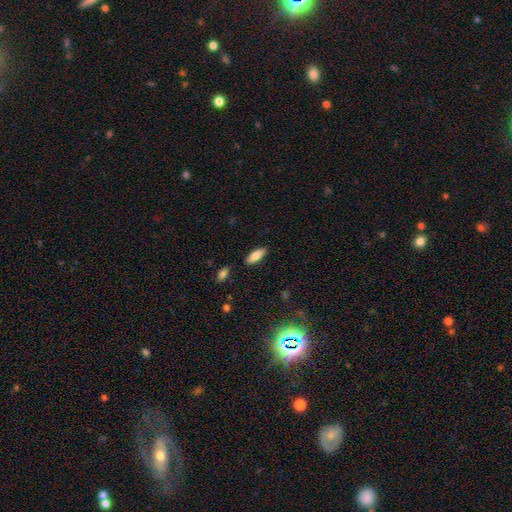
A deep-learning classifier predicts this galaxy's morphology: Smooth or featured?
  - smooth: 80% *
  - featured or disk: 13%
  - star or artifact: 7%
How rounded?
  - in between: 64% *
  - cigar-shaped: 34%
  - round: 2%
Merging?
  - none: 87% *
  - minor disturbance: 9%
  - major disturbance: 2%
  - merger: 2%